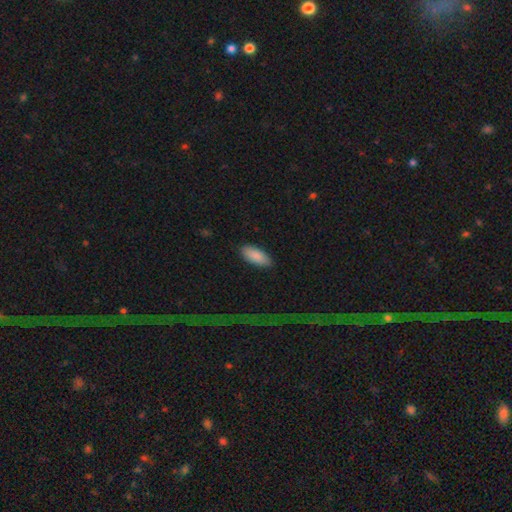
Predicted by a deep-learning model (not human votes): Overall: smooth (89%). How rounded: in between (87%). Merging: none (86%).